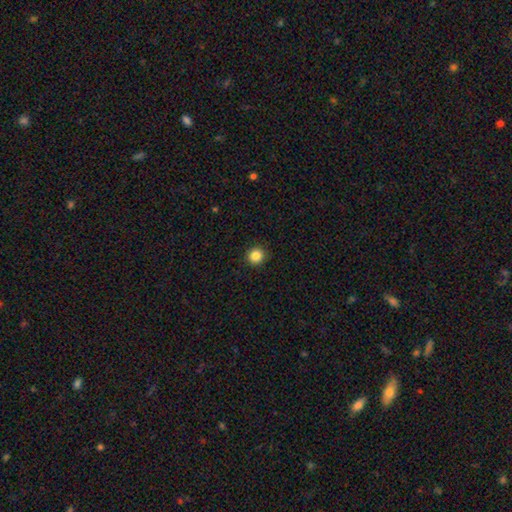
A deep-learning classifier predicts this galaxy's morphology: Smooth or featured: smooth — 86% (star or artifact — 11%)
How rounded: round — 94% (in between — 5%)
Merging: none — 92% (minor disturbance — 5%)